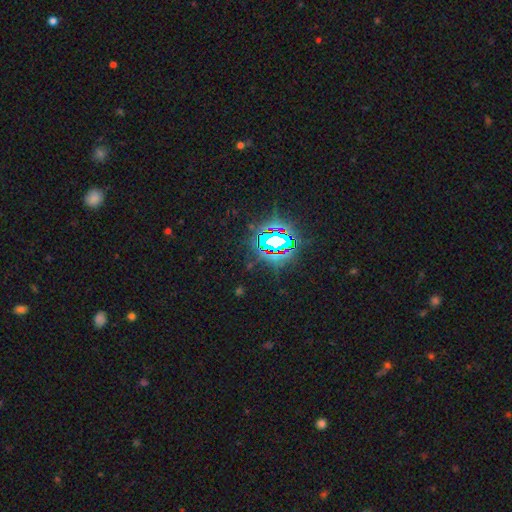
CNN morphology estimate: smooth_or_featured: star or artifact (p=0.82) [alt: smooth p=0.11]